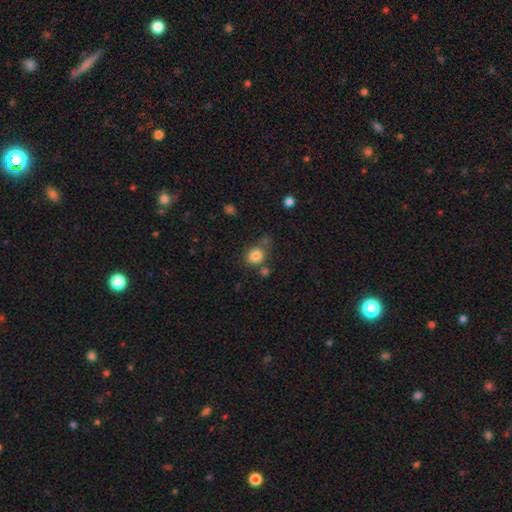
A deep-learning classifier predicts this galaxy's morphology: Smooth or featured? Predicted: smooth (p=0.83). How rounded? Predicted: round (p=0.65). Merging? Predicted: none (p=0.63).